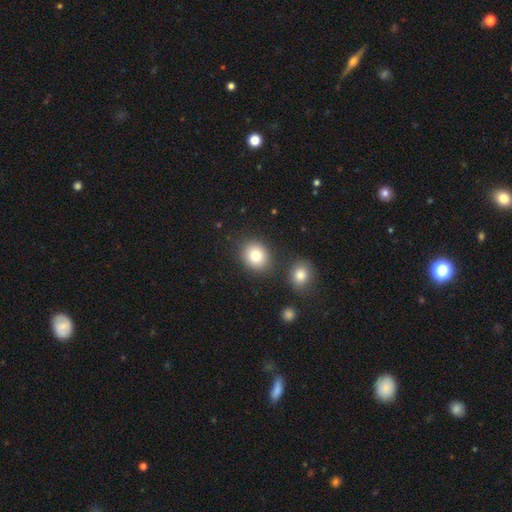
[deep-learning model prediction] This appears to be a smooth galaxy with no disk features (81%) that is round (66%). Merging: none (80%).